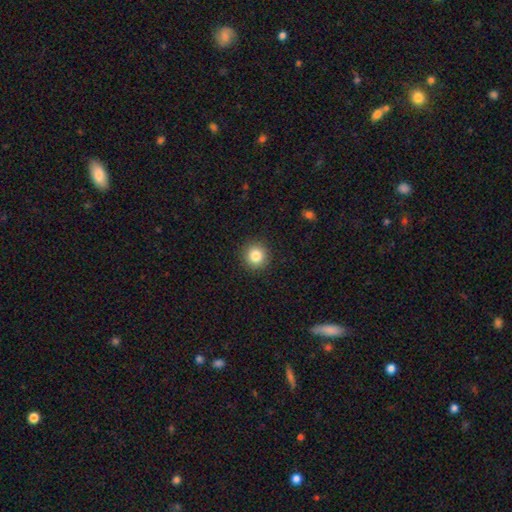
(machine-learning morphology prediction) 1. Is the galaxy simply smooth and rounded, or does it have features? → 84% smooth, 10% star or artifact, 6% featured or disk.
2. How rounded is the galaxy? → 94% round, 5% in between, 1% cigar-shaped.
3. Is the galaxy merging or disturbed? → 92% none, 5% minor disturbance, 2% major disturbance, 1% merger.